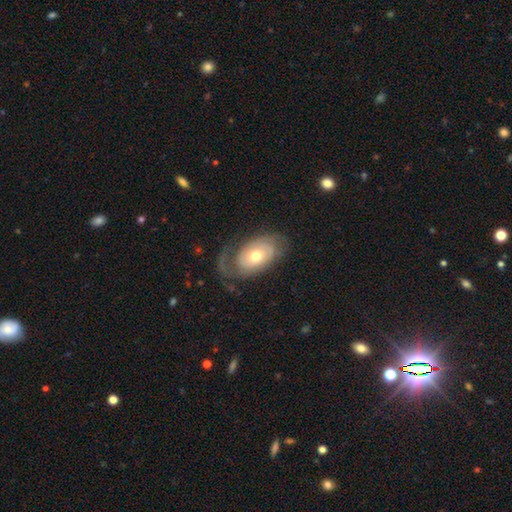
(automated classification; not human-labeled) Smooth or featured?
  - featured or disk: 62% *
  - smooth: 32%
  - star or artifact: 6%
Edge-on disk?
  - no: 93% *
  - yes: 7%
Bar?
  - no: 81% *
  - weak: 16%
  - strong: 4%
Spiral arms?
  - yes: 73% *
  - no: 27%
Bulge size?
  - moderate: 69% *
  - small: 21%
  - large: 8%
  - dominant: 1%
  - none: 1%
Merging?
  - none: 52% *
  - major disturbance: 24%
  - minor disturbance: 23%
  - merger: 2%